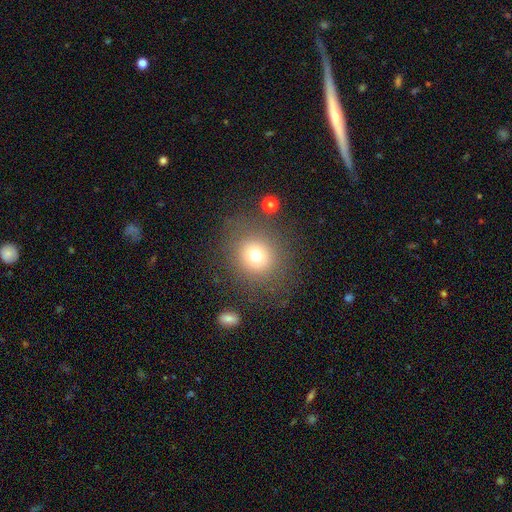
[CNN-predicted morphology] Smooth or featured? smooth (72%)
How rounded? round (82%)
Merging? none (78%)